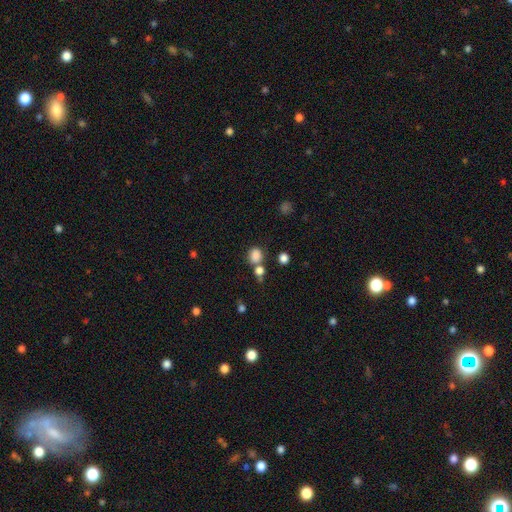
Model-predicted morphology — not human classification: Smooth or featured?
  - smooth: 82% *
  - star or artifact: 13%
  - featured or disk: 5%
How rounded?
  - round: 72% *
  - in between: 27%
  - cigar-shaped: 1%
Merging?
  - none: 59% *
  - merger: 24%
  - minor disturbance: 12%
  - major disturbance: 5%